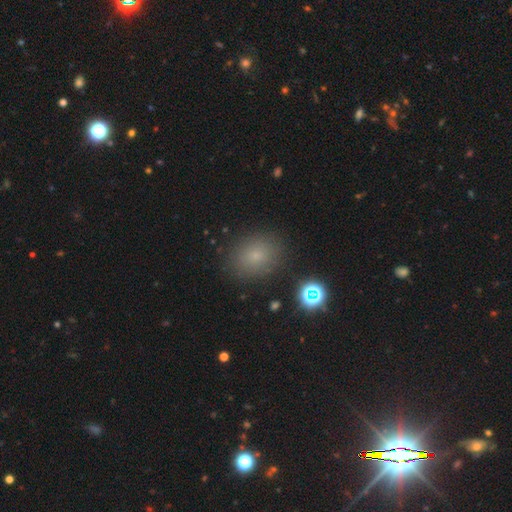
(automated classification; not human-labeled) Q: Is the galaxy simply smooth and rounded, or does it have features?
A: smooth — 74%.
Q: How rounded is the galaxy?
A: in between — 52%.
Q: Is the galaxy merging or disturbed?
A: none — 85%.